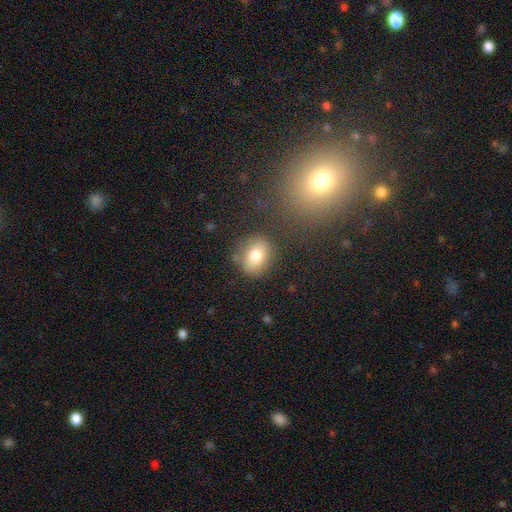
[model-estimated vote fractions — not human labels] This appears to be a smooth galaxy with no disk features (78%) that is round (53%). Merging: none (76%).